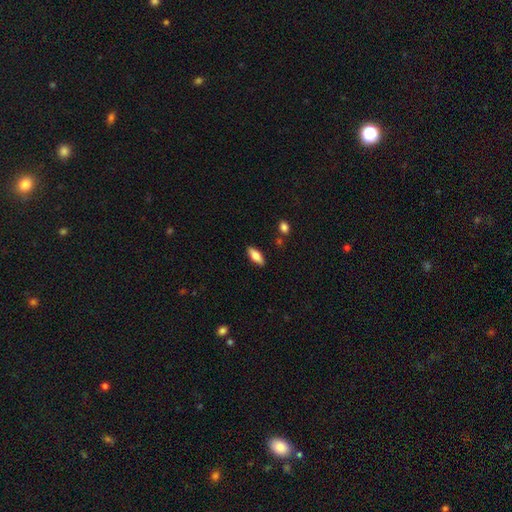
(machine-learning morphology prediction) Smooth or featured: smooth — 73% (featured or disk — 21%)
How rounded: in between — 72% (cigar-shaped — 25%)
Merging: none — 87% (minor disturbance — 10%)